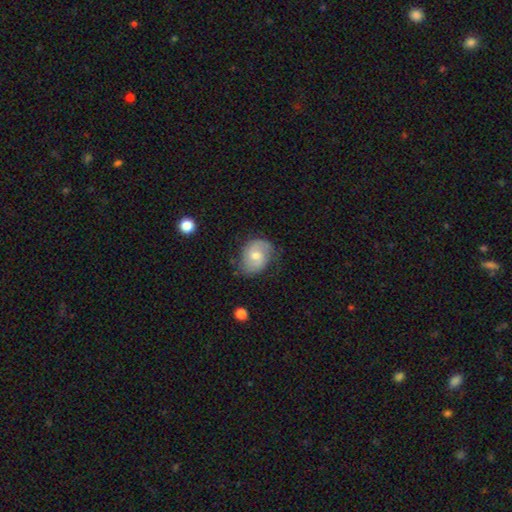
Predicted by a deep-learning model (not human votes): Smooth or featured? featured or disk (60%)
Edge-on disk? no (97%)
Bar? no (50%)
Spiral arms? yes (87%)
Spiral winding? medium (45%)
Spiral arm count? 2 (79%)
Bulge size? moderate (60%)
Merging? none (66%)